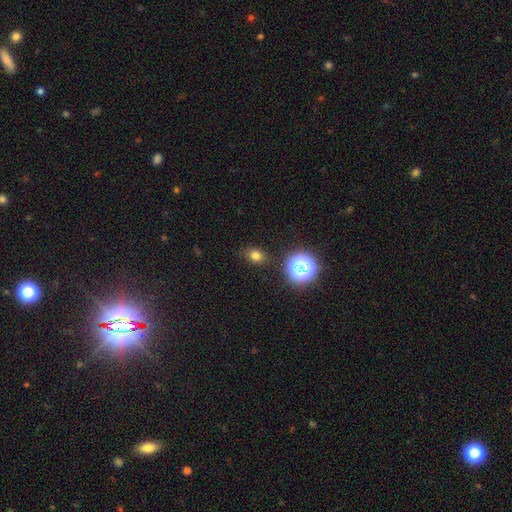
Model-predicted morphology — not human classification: The model was most divided on "how rounded": in between: 52%, round: 47%, cigar-shaped: 1%. More confident: merging — none (83%); smooth or featured — smooth (73%).